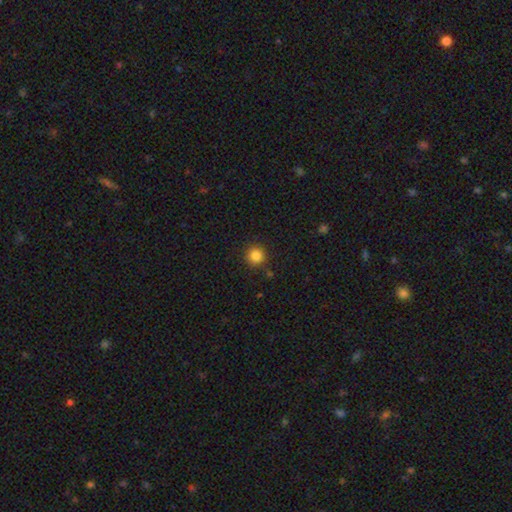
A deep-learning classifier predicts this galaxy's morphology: smooth-or-featured: smooth: 85% | star or artifact: 11% | featured or disk: 4%
  how-rounded: round: 94% | in between: 5% | cigar-shaped: 1%
  merging: none: 89% | minor disturbance: 7% | major disturbance: 2% | merger: 2%